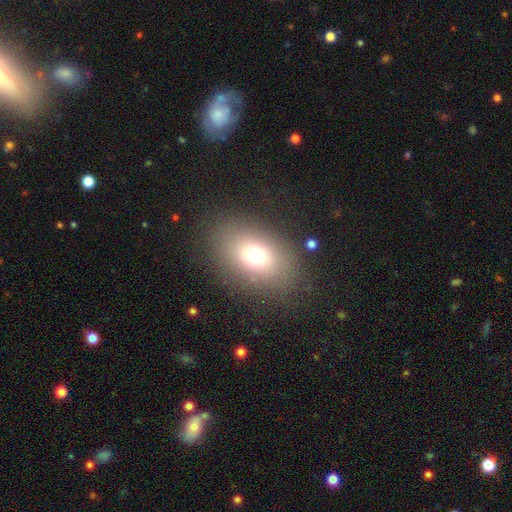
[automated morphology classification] Smooth or featured?
  - smooth: 71% *
  - star or artifact: 16%
  - featured or disk: 13%
How rounded?
  - in between: 72% *
  - round: 27%
  - cigar-shaped: 1%
Merging?
  - none: 84% *
  - minor disturbance: 9%
  - major disturbance: 6%
  - merger: 2%